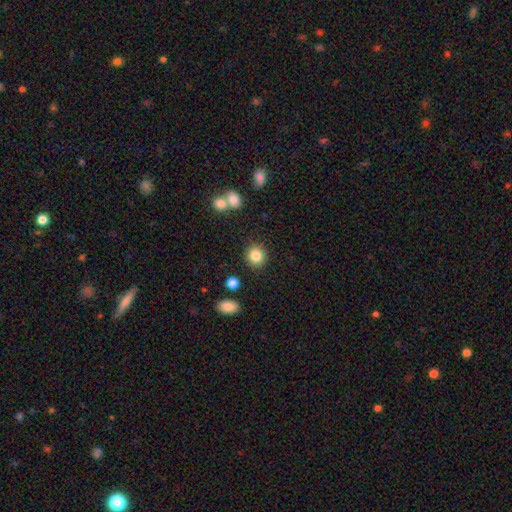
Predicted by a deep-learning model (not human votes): This appears to be a smooth galaxy with no disk features (84%) that is round (87%). Merging: none (88%).